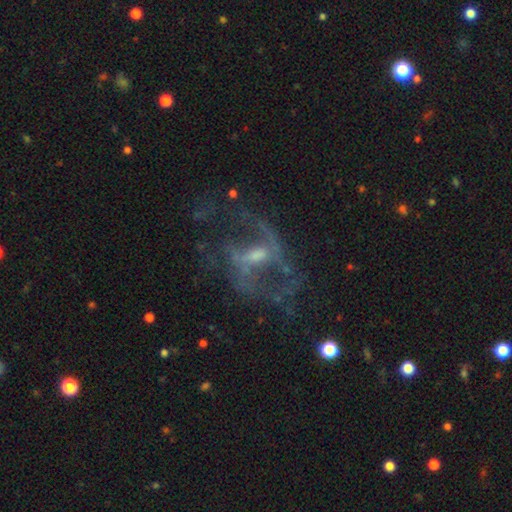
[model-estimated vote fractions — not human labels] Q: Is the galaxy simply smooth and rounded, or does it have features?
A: featured or disk — 81%.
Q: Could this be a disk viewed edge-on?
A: no — 96%.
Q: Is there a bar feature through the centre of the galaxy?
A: weak — 50%.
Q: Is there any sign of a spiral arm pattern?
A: yes — 79%.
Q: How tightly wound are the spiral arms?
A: loose — 55%.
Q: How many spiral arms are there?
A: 2 — 73%.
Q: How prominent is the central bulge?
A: small — 44%.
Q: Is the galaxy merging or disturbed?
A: none — 52%.